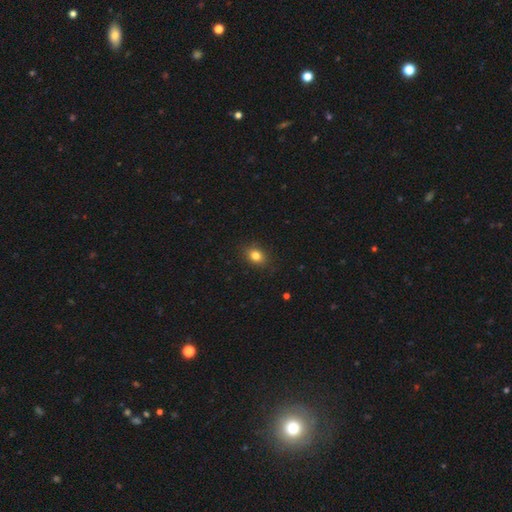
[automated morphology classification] Smooth or featured?
  - smooth: 81% *
  - star or artifact: 12%
  - featured or disk: 7%
How rounded?
  - in between: 55% *
  - round: 44%
  - cigar-shaped: 1%
Merging?
  - none: 87% *
  - minor disturbance: 10%
  - major disturbance: 2%
  - merger: 1%